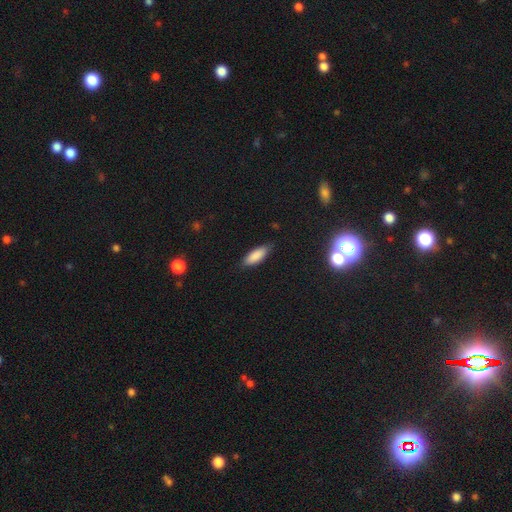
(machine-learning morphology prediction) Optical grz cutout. It shows a smooth galaxy with no disk features (86%) that is in between round and cigar-shaped (70%). Merging: none (80%).